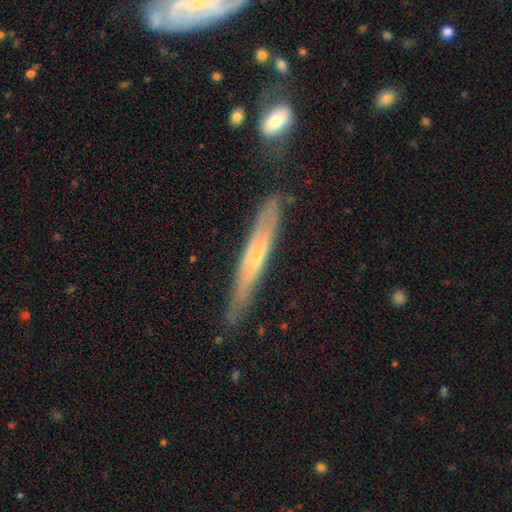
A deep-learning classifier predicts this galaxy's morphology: Overall: featured or disk (56%; smooth 37%). Edge-on disk: yes (85%). Merging: none (79%).